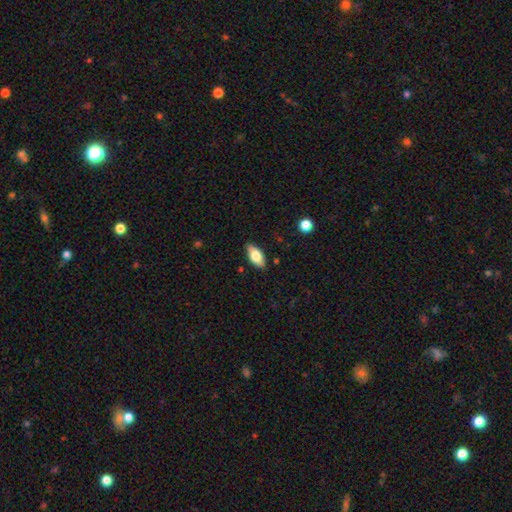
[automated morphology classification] Smooth or featured? smooth (71%)
How rounded? in between (87%)
Merging? none (86%)